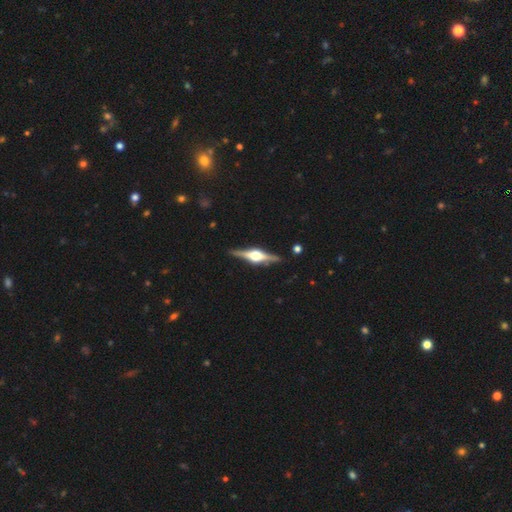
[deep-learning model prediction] Smooth or featured? featured or disk (86%)
Edge-on disk? yes (98%)
Edge-on bulge? rounded (93%)
Merging? none (90%)